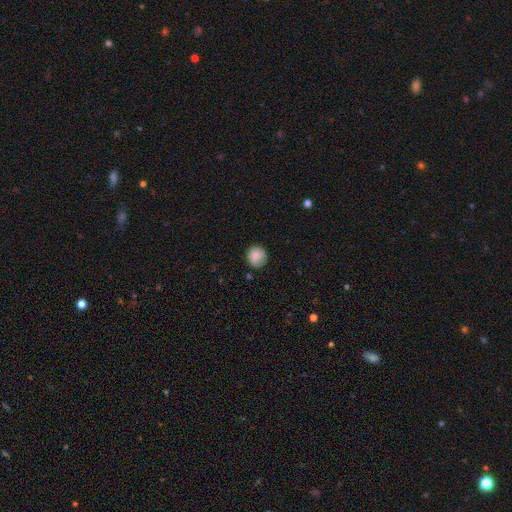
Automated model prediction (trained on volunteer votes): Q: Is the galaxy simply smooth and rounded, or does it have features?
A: smooth — 84%.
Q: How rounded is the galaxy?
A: round — 85%.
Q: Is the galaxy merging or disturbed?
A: none — 77%.